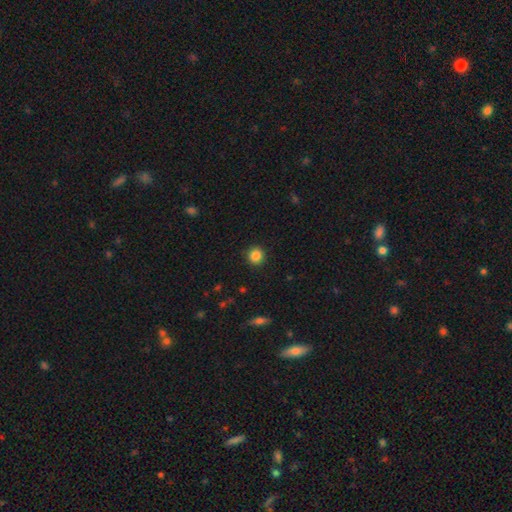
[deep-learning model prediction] Smooth or featured? Predicted: smooth (p=0.85). How rounded? Predicted: round (p=0.93). Merging? Predicted: none (p=0.91).